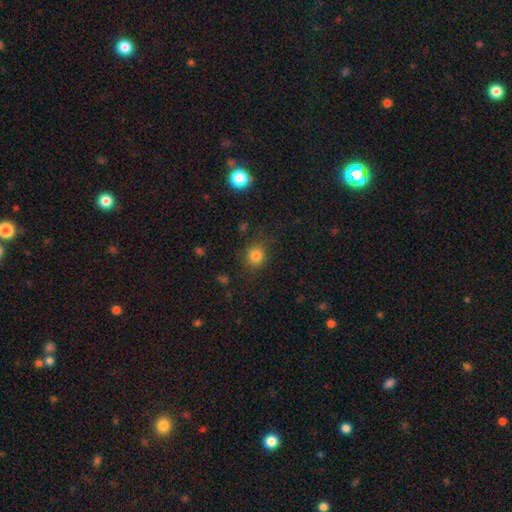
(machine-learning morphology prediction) This appears to be a smooth galaxy with no disk features (82%) that is round (76%). Merging: none (83%).